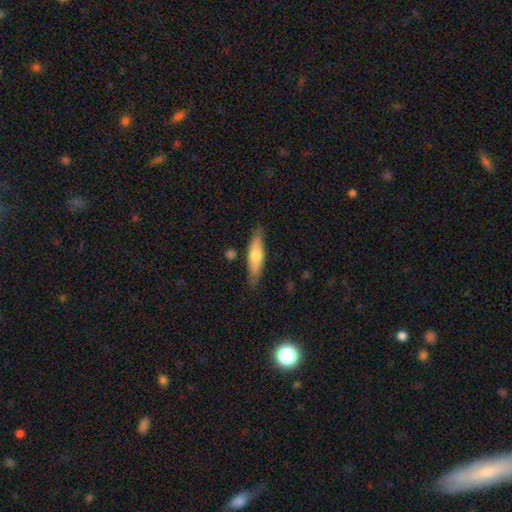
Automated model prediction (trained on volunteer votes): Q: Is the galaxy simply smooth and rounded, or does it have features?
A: smooth — 54%.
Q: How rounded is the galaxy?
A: cigar-shaped — 69%.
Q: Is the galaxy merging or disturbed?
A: none — 83%.